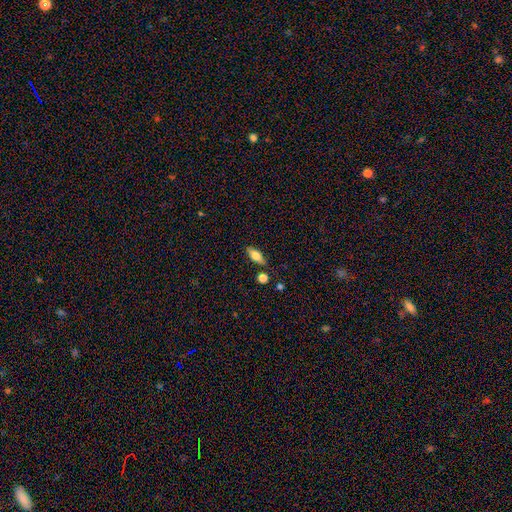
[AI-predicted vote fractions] A smooth galaxy with no disk features (68%) that is in between round and cigar-shaped (75%).

Vote fractions:
- Smooth or featured? smooth: 68% / featured or disk: 25% / star or artifact: 8%
- How rounded? in between: 75% / cigar-shaped: 21% / round: 4%
- Merging? none: 79% / minor disturbance: 13% / merger: 4% / major disturbance: 3%